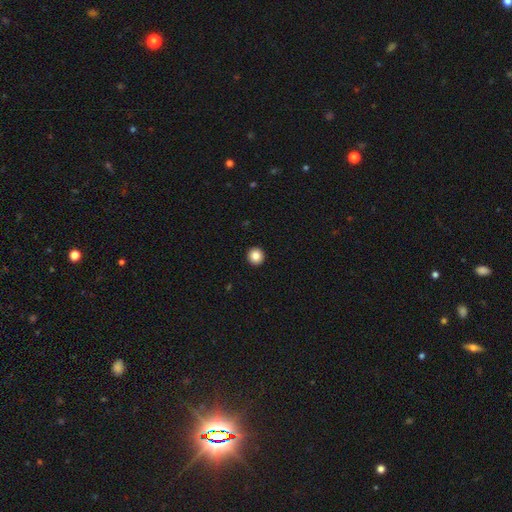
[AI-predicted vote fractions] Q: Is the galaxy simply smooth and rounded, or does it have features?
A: smooth — 85%.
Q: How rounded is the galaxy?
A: round — 94%.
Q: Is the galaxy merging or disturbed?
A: none — 94%.